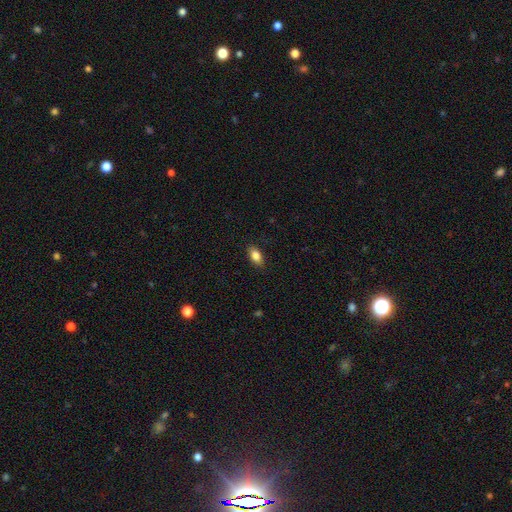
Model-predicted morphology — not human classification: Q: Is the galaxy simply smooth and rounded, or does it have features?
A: smooth — 85%.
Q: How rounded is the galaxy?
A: in between — 89%.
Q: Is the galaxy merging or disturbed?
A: none — 88%.